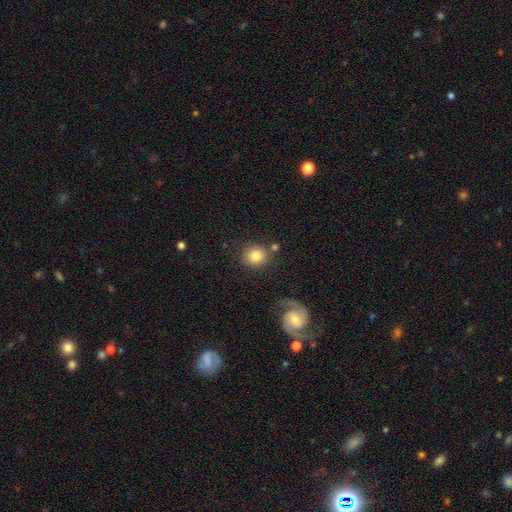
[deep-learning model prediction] This is clearly a smooth galaxy (81%). How rounded: clearly round (87%). Merging: likely none (76%).